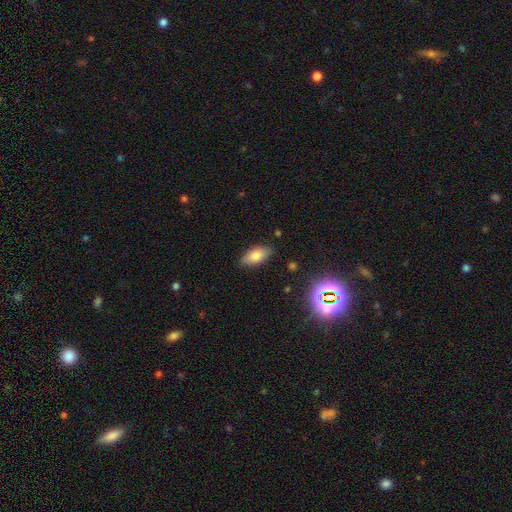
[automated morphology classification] Smooth or featured: smooth — 78% (featured or disk — 13%)
How rounded: in between — 88% (cigar-shaped — 9%)
Merging: none — 84% (minor disturbance — 12%)